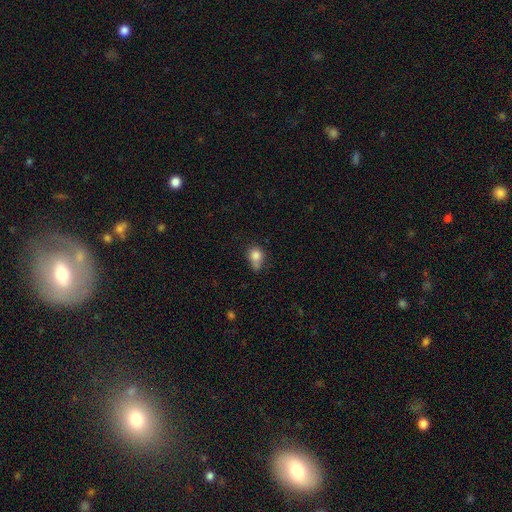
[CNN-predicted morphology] Smooth or featured? smooth (81%)
How rounded? round (60%)
Merging? none (40%)